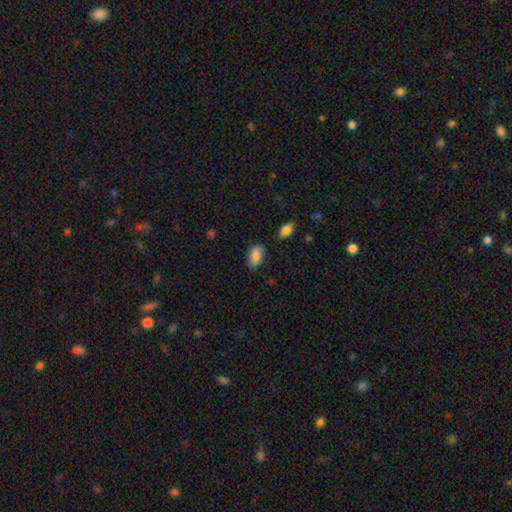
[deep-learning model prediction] smooth_or_featured: smooth (p=0.74) [alt: featured or disk p=0.18]
how_rounded: in between (p=0.89) [alt: round p=0.08]
merging: none (p=0.71) [alt: minor disturbance p=0.21]